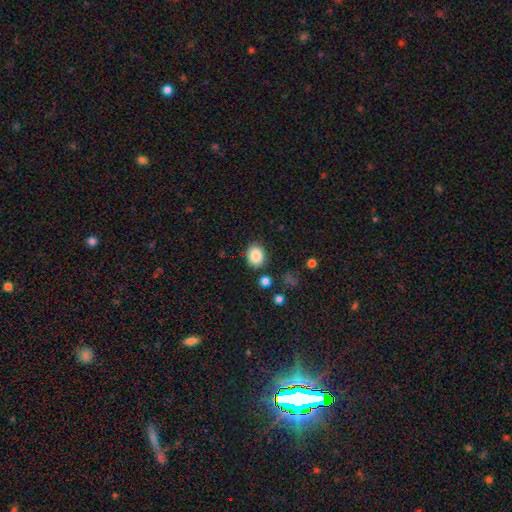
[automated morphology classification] smooth-or-featured: smooth: 86% | star or artifact: 9% | featured or disk: 5%
  how-rounded: round: 53% | in between: 46% | cigar-shaped: 1%
  merging: none: 82% | minor disturbance: 11% | merger: 4% | major disturbance: 3%